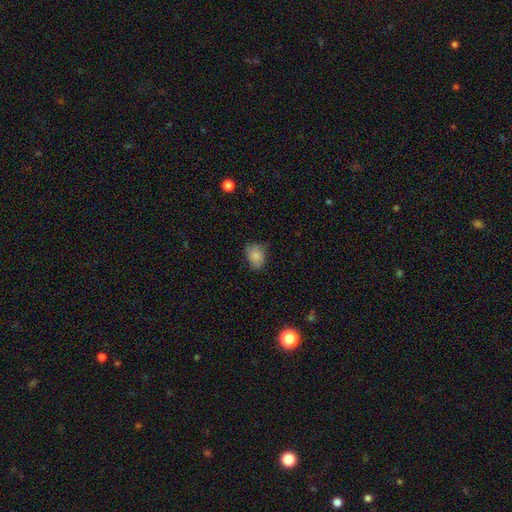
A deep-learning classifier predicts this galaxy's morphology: smooth_or_featured: smooth (p=0.83) [alt: featured or disk p=0.09]
how_rounded: in between (p=0.70) [alt: round p=0.28]
merging: none (p=0.63) [alt: minor disturbance p=0.29]